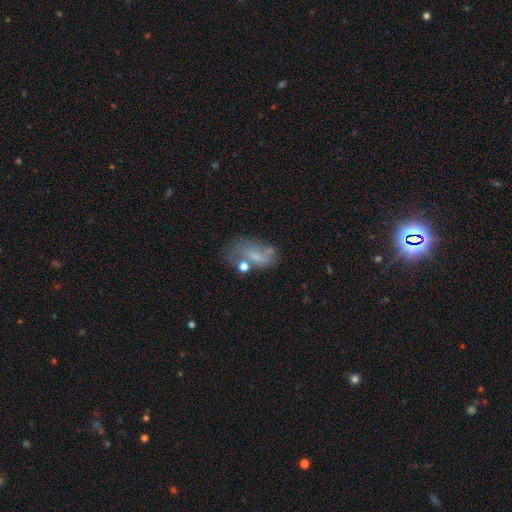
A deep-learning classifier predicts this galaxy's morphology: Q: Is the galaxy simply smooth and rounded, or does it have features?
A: smooth — 49%.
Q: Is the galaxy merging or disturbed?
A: none — 35%.